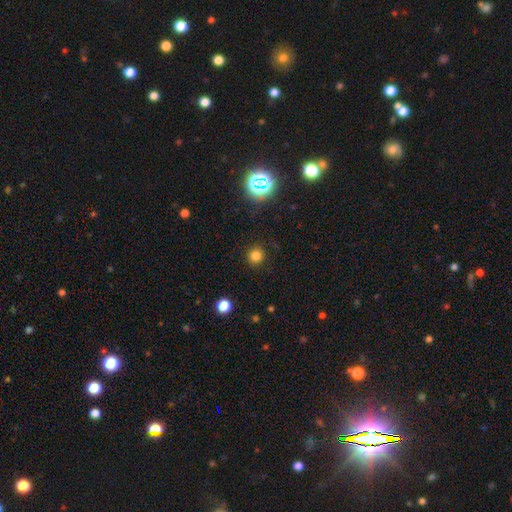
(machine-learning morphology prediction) A smooth galaxy with no disk features (78%) that is round (92%). Merging: none (89%).